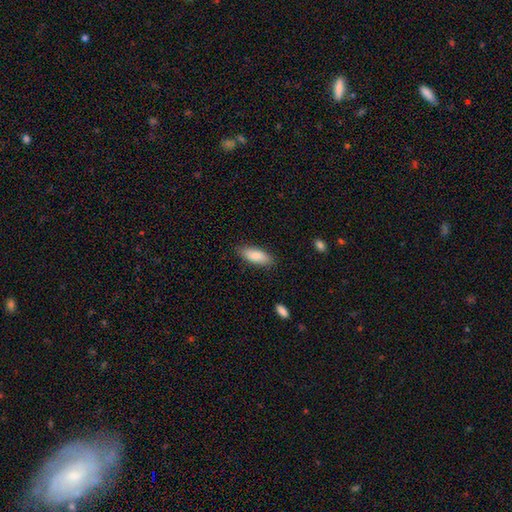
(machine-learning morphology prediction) Overall: smooth (86%). How rounded: in between (73%). Merging: none (84%).